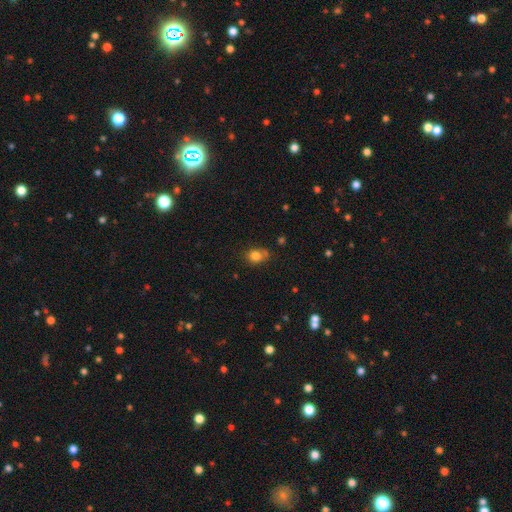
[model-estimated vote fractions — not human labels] smooth_or_featured: smooth (p=0.80) [alt: star or artifact p=0.12]
how_rounded: round (p=0.54) [alt: in between p=0.45]
merging: none (p=0.58) [alt: minor disturbance p=0.24]